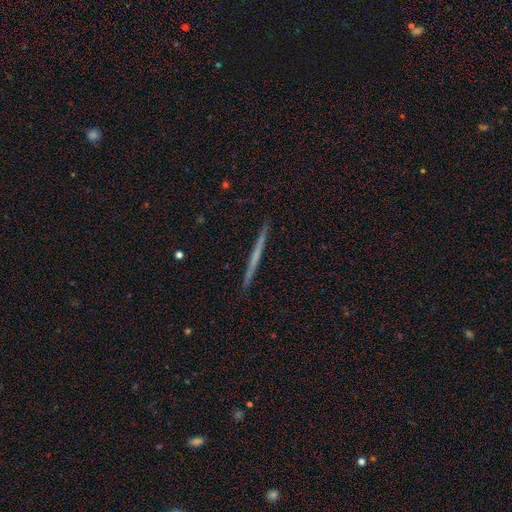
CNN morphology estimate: type=featured or disk (53%); edge-on=yes (98%); edge-on bulge=none (90%); merging=none (93%).